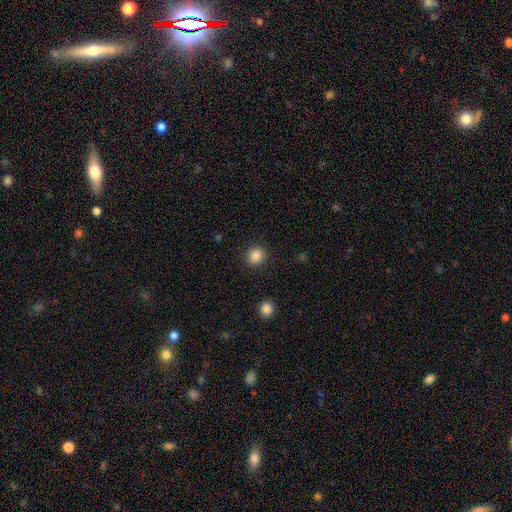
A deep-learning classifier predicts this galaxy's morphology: Smooth or featured?
  - smooth: 86% *
  - star or artifact: 10%
  - featured or disk: 4%
How rounded?
  - round: 86% *
  - in between: 13%
  - cigar-shaped: 1%
Merging?
  - none: 91% *
  - minor disturbance: 6%
  - major disturbance: 2%
  - merger: 1%